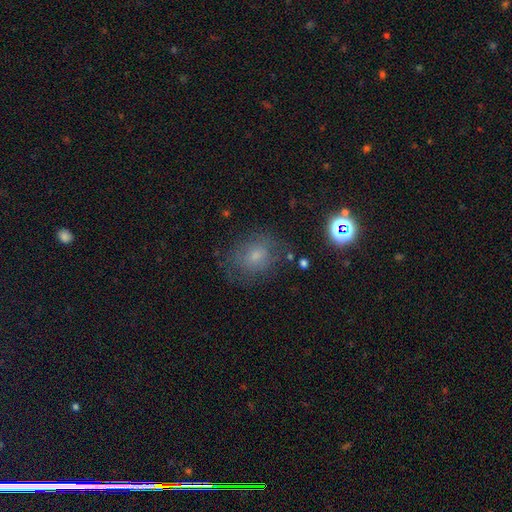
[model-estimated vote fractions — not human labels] Overall: smooth (57%; featured or disk 24%). How rounded: round (56%; in between 43%). Merging: none (68%).